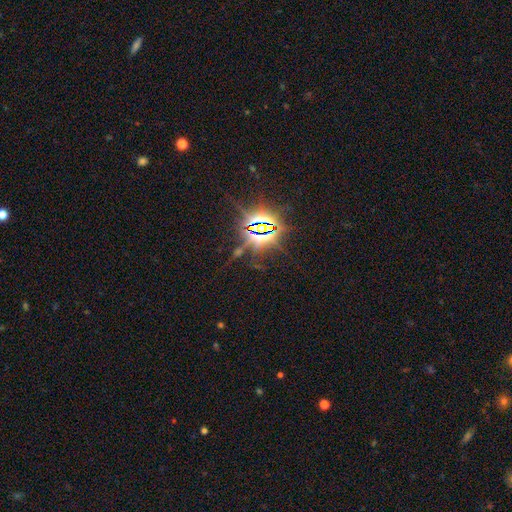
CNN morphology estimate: Smooth or featured?
  - star or artifact: 85% *
  - smooth: 8%
  - featured or disk: 7%